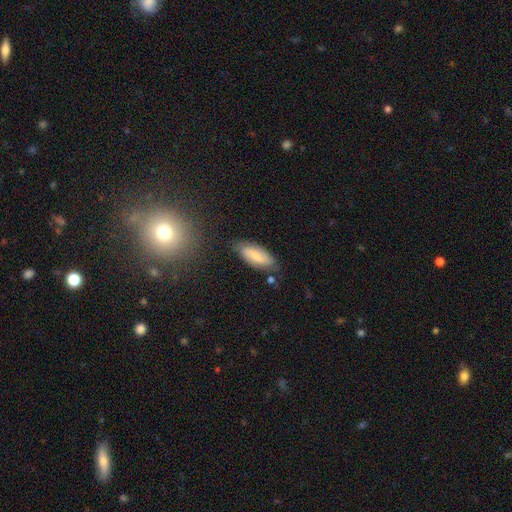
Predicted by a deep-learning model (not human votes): smooth-or-featured: smooth: 59% | featured or disk: 34% | star or artifact: 7%
  how-rounded: in between: 76% | cigar-shaped: 21% | round: 2%
  merging: none: 73% | minor disturbance: 19% | major disturbance: 4% | merger: 3%